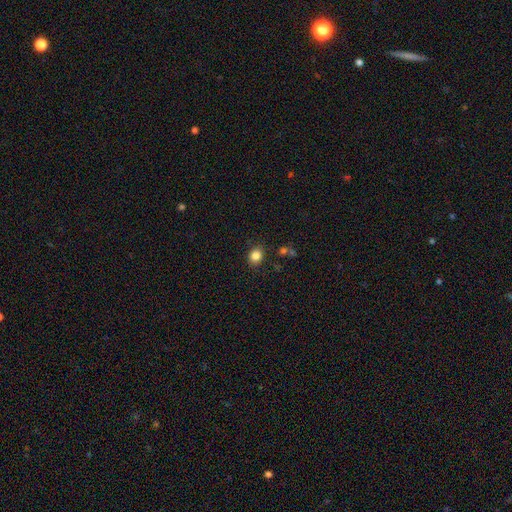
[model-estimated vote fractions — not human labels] The model was most divided on "how rounded": round: 56%, in between: 43%, cigar-shaped: 1%. More confident: merging — none (86%); smooth or featured — smooth (84%).